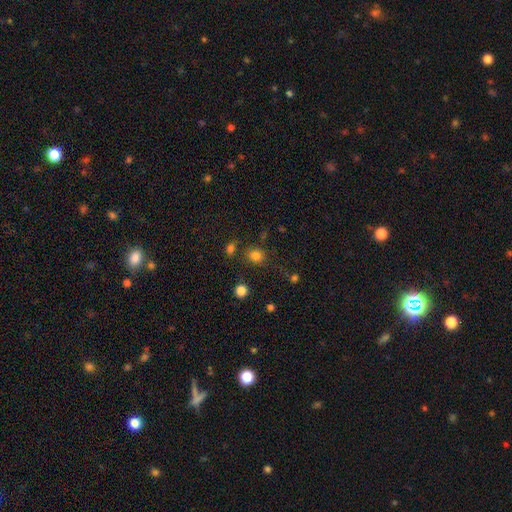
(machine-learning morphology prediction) Smooth or featured: smooth — 79% (star or artifact — 15%)
How rounded: round — 72% (in between — 27%)
Merging: none — 76% (minor disturbance — 12%)